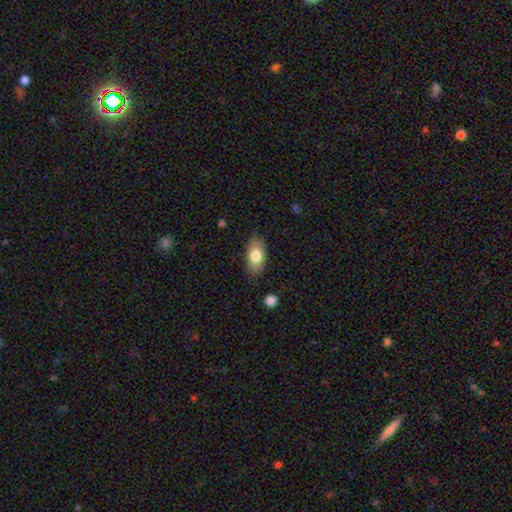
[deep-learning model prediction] Smooth or featured: smooth — 78% (featured or disk — 15%)
How rounded: in between — 90% (round — 6%)
Merging: none — 80% (minor disturbance — 15%)